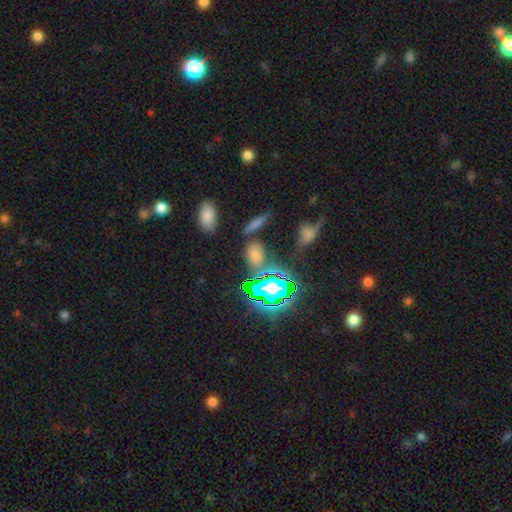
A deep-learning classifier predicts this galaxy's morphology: This appears to be a star or artifact, not a galaxy (47%).